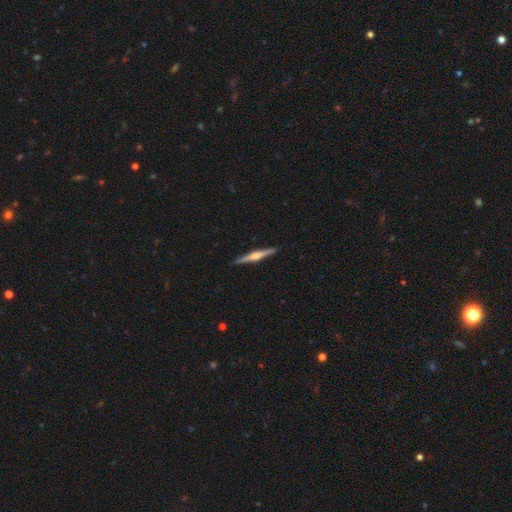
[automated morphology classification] Overall: featured or disk (73%). Edge-on disk: yes (98%). Edge-on bulge: rounded (83%). Merging: none (92%).